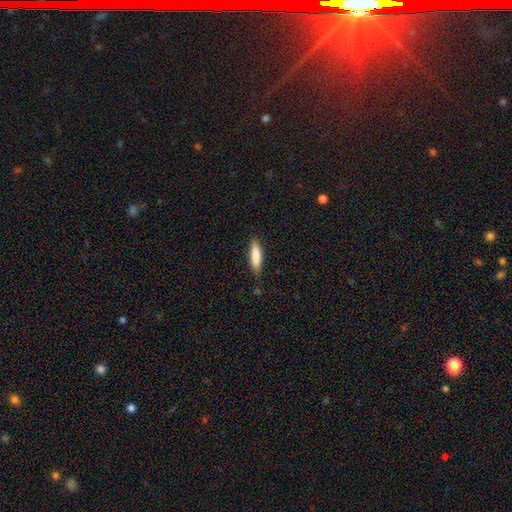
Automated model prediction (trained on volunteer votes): Overall: smooth (84%). How rounded: cigar-shaped (65%; in between 34%). Merging: none (85%).